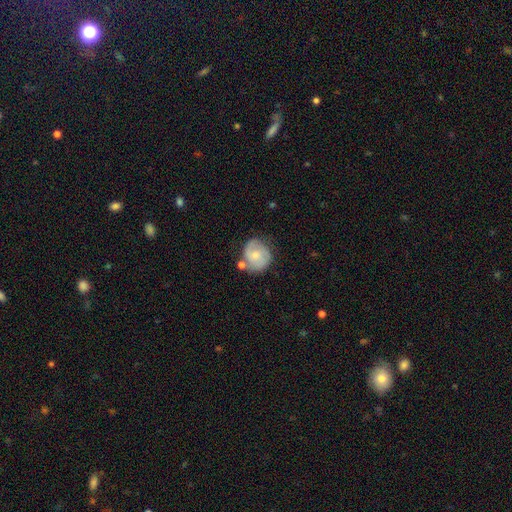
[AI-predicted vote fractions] Overall: featured or disk (48%; smooth 45%). Merging: none (58%; minor disturbance 22%).